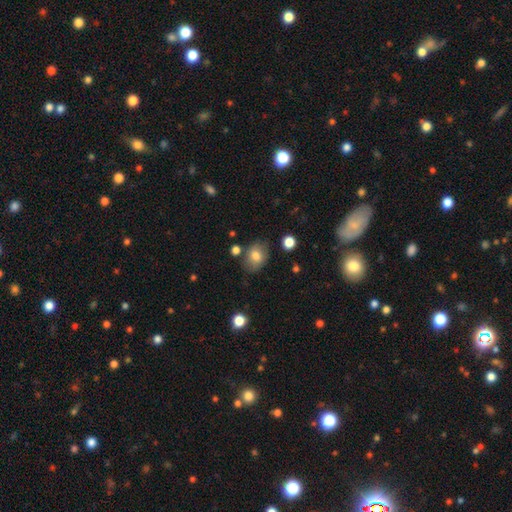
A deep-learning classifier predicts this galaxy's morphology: Smooth or featured? Predicted: smooth (p=0.77). How rounded? Predicted: in between (p=0.61). Merging? Predicted: none (p=0.77).